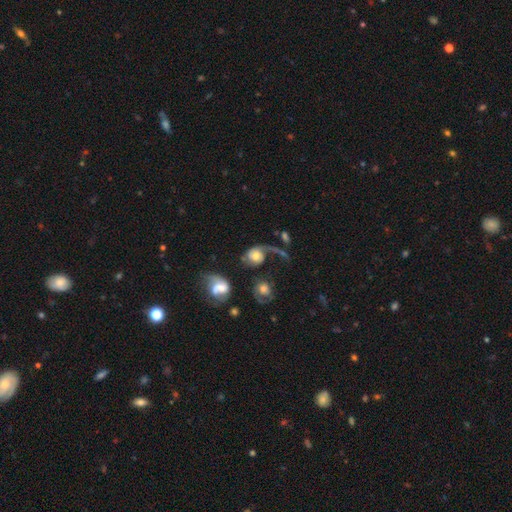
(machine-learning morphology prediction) Q: Smooth or featured?
A: featured or disk (49%); runner-up: smooth (42%)
Q: Merging?
A: major disturbance (38%); runner-up: none (26%)